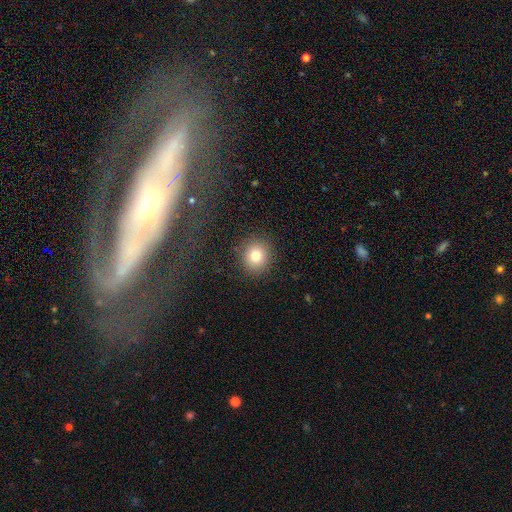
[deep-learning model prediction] A smooth galaxy with no disk features (79%) that is round (86%).

Vote fractions:
- Smooth or featured? smooth: 79% / star or artifact: 12% / featured or disk: 9%
- How rounded? round: 86% / in between: 13% / cigar-shaped: 1%
- Merging? none: 89% / minor disturbance: 7% / major disturbance: 3% / merger: 1%